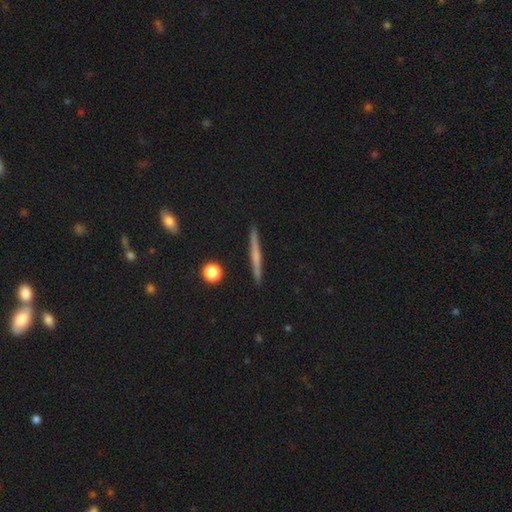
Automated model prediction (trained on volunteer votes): Smooth or featured: featured or disk — 51% (smooth — 42%)
Edge-on disk: yes — 97% (no — 3%)
Merging: none — 91% (minor disturbance — 6%)